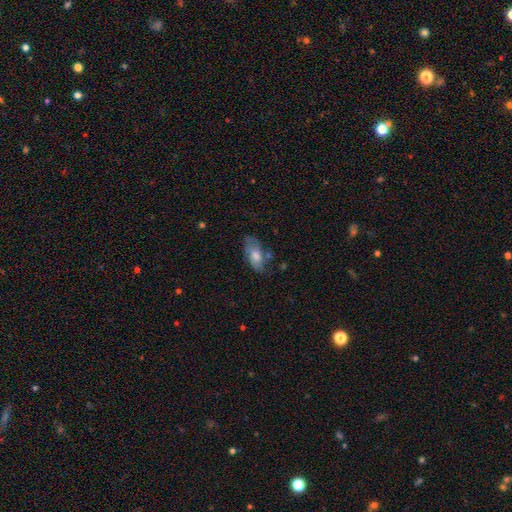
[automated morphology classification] Smooth or featured: smooth — 57% (featured or disk — 34%)
How rounded: in between — 86% (cigar-shaped — 10%)
Merging: none — 58% (minor disturbance — 26%)